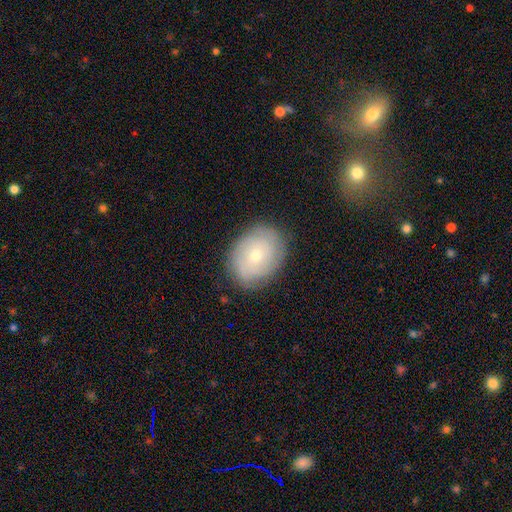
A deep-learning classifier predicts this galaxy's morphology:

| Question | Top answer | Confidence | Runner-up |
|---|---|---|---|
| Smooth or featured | smooth | 51% | featured or disk (41%) |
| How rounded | in between | 63% | round (36%) |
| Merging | none | 82% | minor disturbance (13%) |